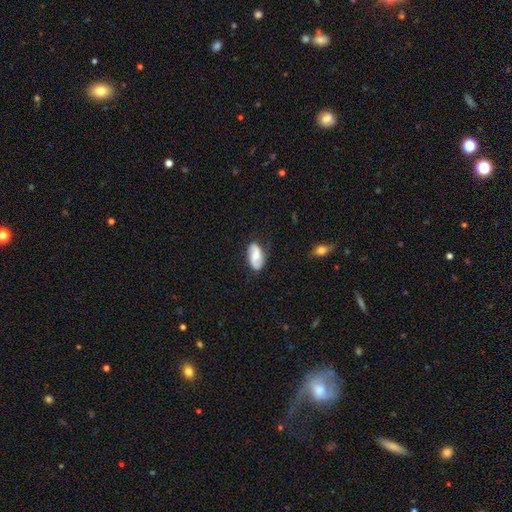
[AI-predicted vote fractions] Morphology: type=featured or disk (60%); edge-on=no (96%); bar=no (50%); spiral arms=yes (89%); winding=loose (47%); arm count=2 (89%); bulge=moderate (59%); merging=none (79%).